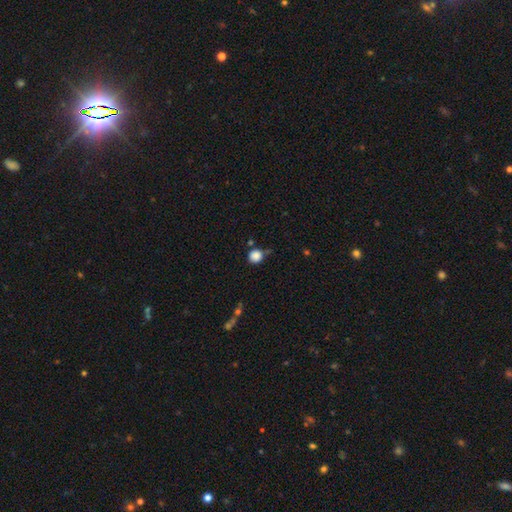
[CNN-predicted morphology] Smooth or featured?
  - smooth: 86% *
  - star or artifact: 10%
  - featured or disk: 4%
How rounded?
  - round: 90% *
  - in between: 9%
  - cigar-shaped: 1%
Merging?
  - none: 70% *
  - minor disturbance: 17%
  - merger: 9%
  - major disturbance: 5%